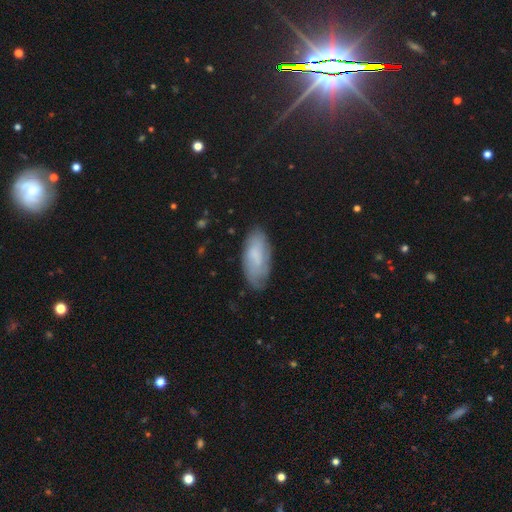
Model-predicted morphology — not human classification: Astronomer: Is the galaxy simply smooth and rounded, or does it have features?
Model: smooth — 65%.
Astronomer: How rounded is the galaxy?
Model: in between — 87%.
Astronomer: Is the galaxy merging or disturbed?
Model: none — 71%.